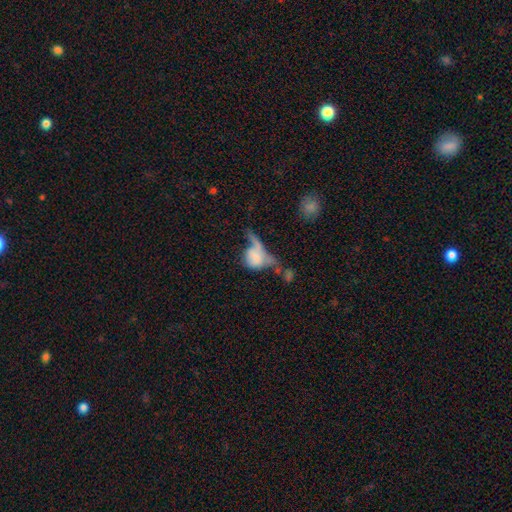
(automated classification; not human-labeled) Morphology: type=smooth (55%); roundness=in between (63%); merging=major disturbance (36%).